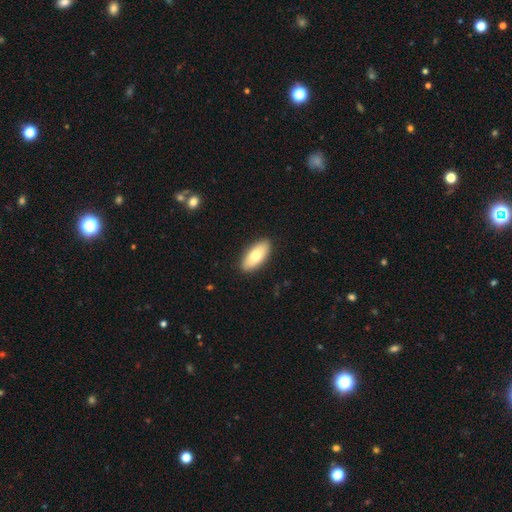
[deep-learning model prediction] smooth 75%, featured or disk 20%, star or artifact 6%. Down the decision tree: how rounded — in between (90%); merging — none (90%).